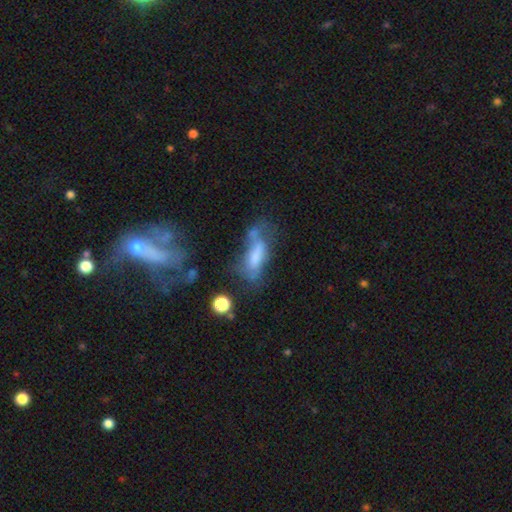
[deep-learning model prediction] A smooth galaxy with no disk features (55%) that is in between round and cigar-shaped (62%). Merging: major disturbance (30%).